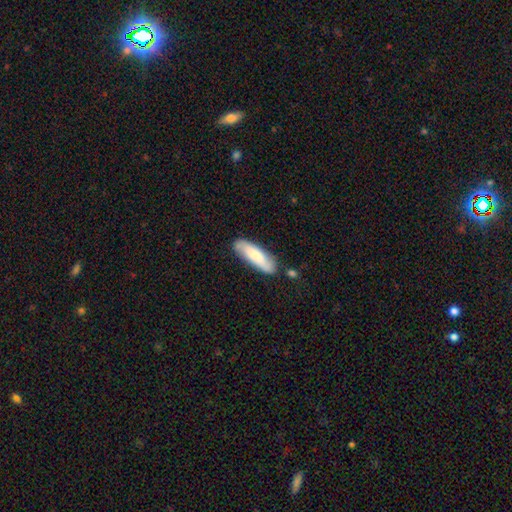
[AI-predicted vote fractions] Smooth or featured? smooth (69%)
How rounded? cigar-shaped (50%)
Merging? none (78%)